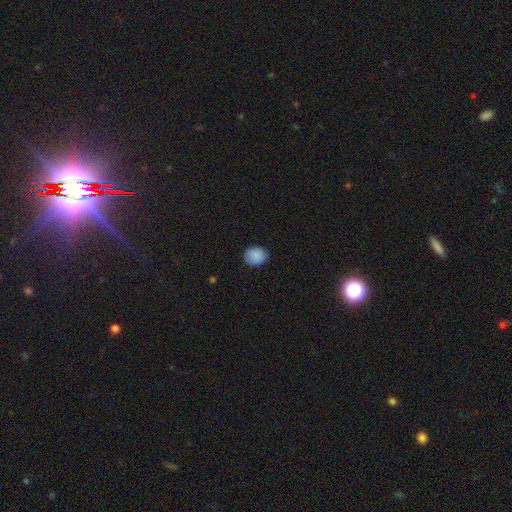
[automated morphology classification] The model was most divided on "how rounded": round: 62%, in between: 37%, cigar-shaped: 1%. More confident: smooth or featured — smooth (88%); merging — none (84%).